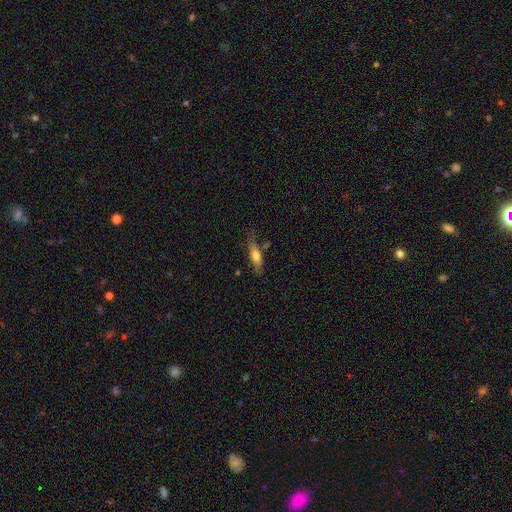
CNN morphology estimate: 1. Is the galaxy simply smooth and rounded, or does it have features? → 63% smooth, 30% featured or disk, 7% star or artifact.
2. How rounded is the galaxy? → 50% cigar-shaped, 47% in between, 3% round.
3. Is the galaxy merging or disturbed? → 61% none, 25% minor disturbance, 8% major disturbance, 7% merger.